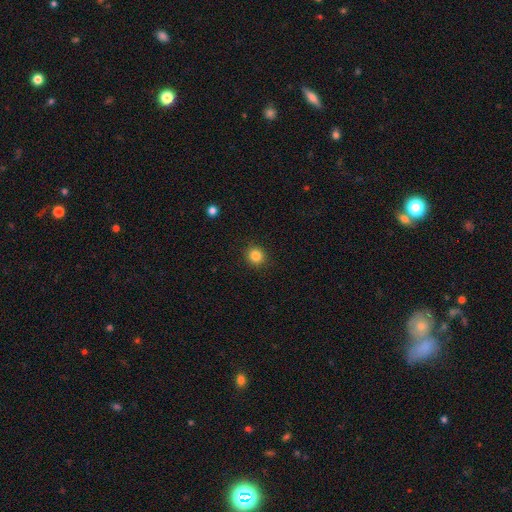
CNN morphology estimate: A smooth galaxy with no disk features (84%) that is round (88%).

Vote fractions:
- Smooth or featured? smooth: 84% / star or artifact: 11% / featured or disk: 5%
- How rounded? round: 88% / in between: 11% / cigar-shaped: 1%
- Merging? none: 91% / minor disturbance: 6% / major disturbance: 2% / merger: 1%